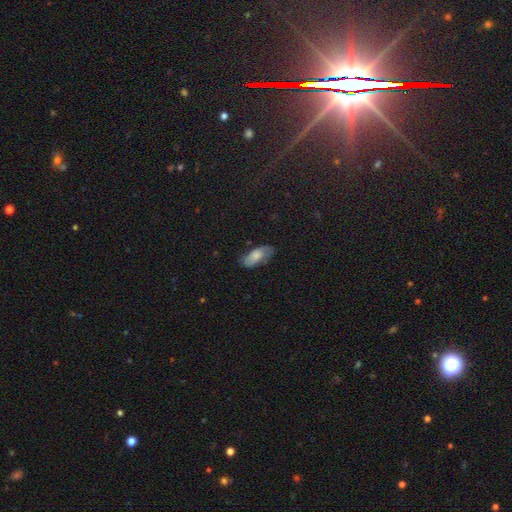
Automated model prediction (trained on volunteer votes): Smooth or featured: smooth — 70% (featured or disk — 23%)
How rounded: in between — 86% (cigar-shaped — 11%)
Merging: none — 70% (minor disturbance — 23%)